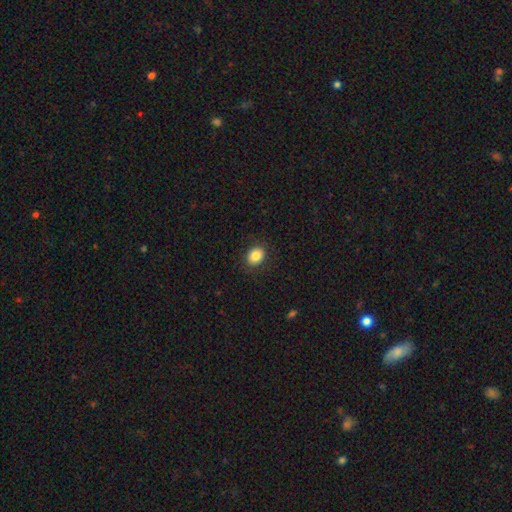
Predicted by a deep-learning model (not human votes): Morphology: type=smooth (84%); roundness=round (52%); merging=none (88%).